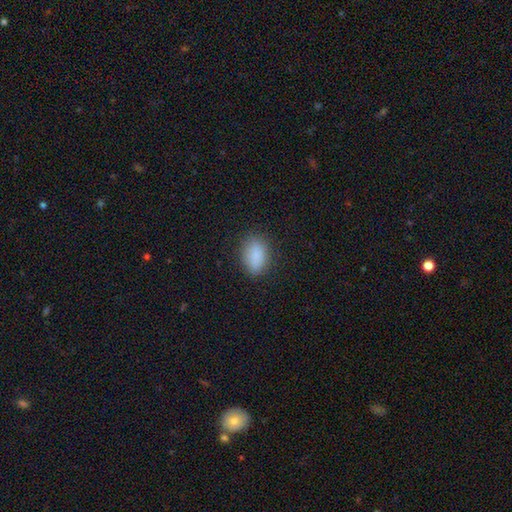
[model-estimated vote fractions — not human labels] Smooth or featured: smooth — 87% (star or artifact — 8%)
How rounded: in between — 86% (round — 12%)
Merging: none — 83% (minor disturbance — 12%)